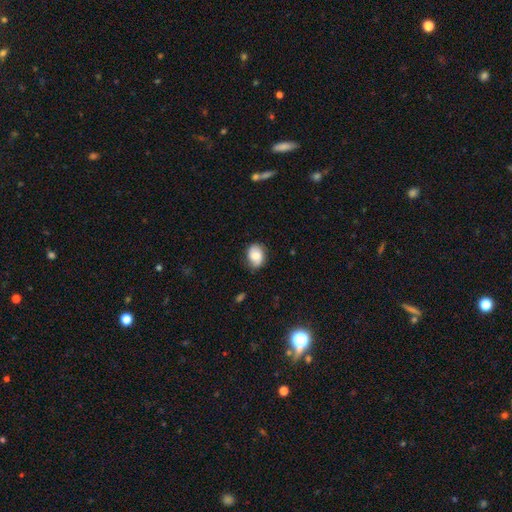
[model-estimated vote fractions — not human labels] This is likely a smooth galaxy (72%). How rounded: likely in between (63%). Merging: likely none (76%).